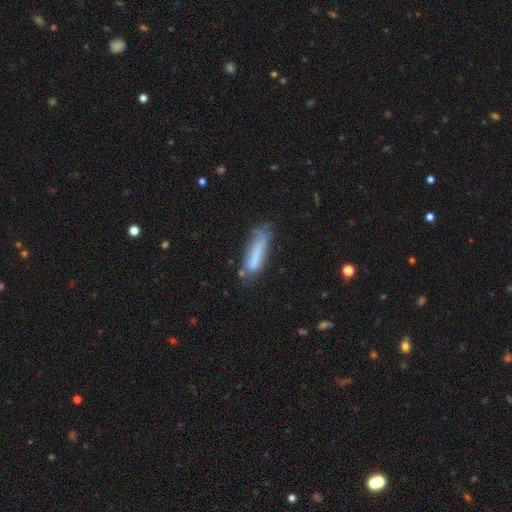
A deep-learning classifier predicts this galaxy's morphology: This is likely a smooth galaxy (70%). How rounded: likely cigar-shaped (64%). Merging: possibly none (47%).